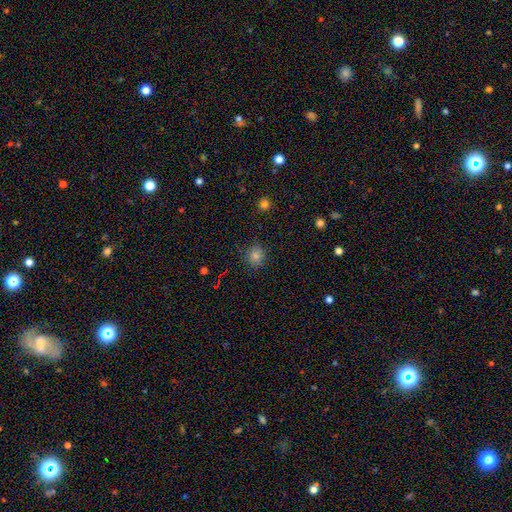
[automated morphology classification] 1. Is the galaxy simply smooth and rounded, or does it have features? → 73% smooth, 20% star or artifact, 7% featured or disk.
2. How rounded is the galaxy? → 86% round, 13% in between, 1% cigar-shaped.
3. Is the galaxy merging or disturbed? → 87% none, 10% minor disturbance, 3% major disturbance, 1% merger.